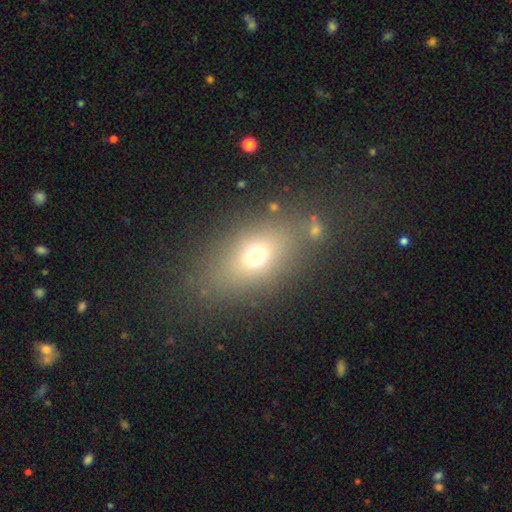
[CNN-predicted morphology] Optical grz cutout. It shows a smooth galaxy with no disk features (66%) that is in between round and cigar-shaped (67%). Merging: none (76%).